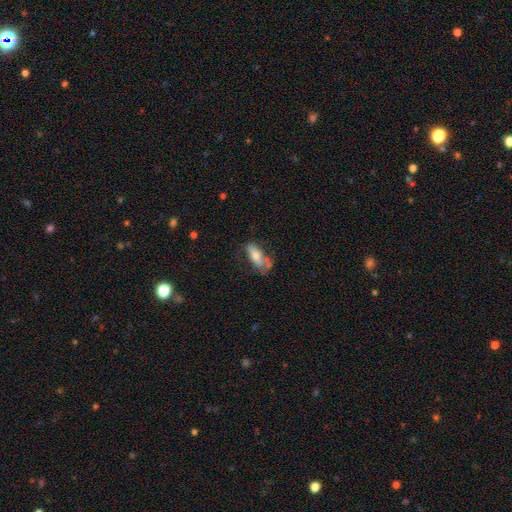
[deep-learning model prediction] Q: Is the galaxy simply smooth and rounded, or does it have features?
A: smooth — 60%.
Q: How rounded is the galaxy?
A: in between — 72%.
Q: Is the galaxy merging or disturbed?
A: none — 49%.